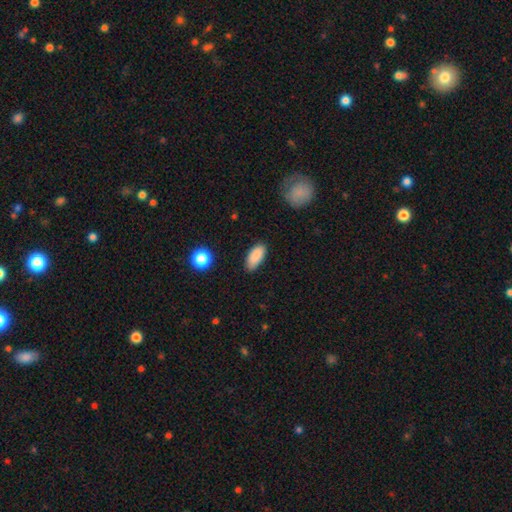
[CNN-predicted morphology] This is clearly a smooth galaxy (88%). How rounded: clearly in between (89%). Merging: clearly none (82%).